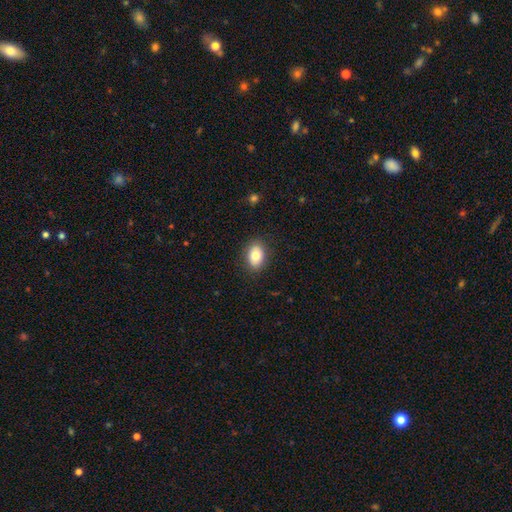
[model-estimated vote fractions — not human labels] smooth-or-featured: smooth: 81% | featured or disk: 11% | star or artifact: 8%
  how-rounded: in between: 81% | round: 18% | cigar-shaped: 1%
  merging: none: 88% | minor disturbance: 9% | major disturbance: 2% | merger: 1%